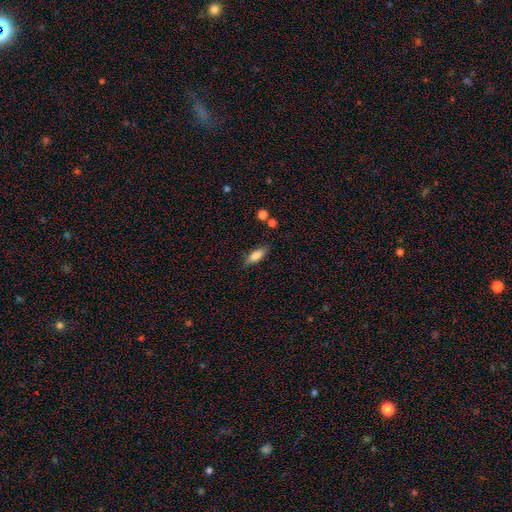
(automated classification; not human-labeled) Overall: smooth (79%). How rounded: in between (70%). Merging: none (75%).